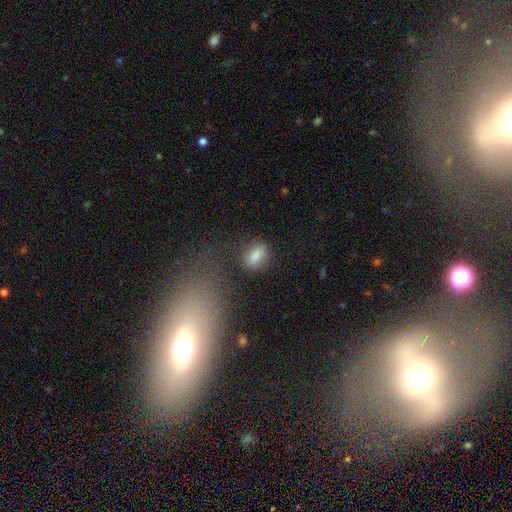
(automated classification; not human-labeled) smooth 83%, star or artifact 9%, featured or disk 8%. Down the decision tree: how rounded — in between (78%); merging — none (76%).